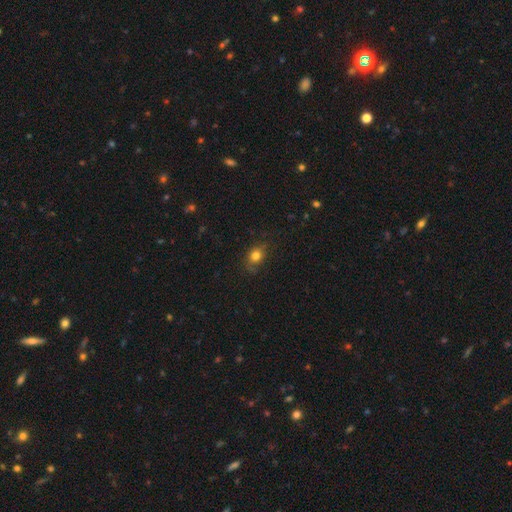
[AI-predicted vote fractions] A smooth galaxy with no disk features (79%) that is round (52%).

Vote fractions:
- Smooth or featured? smooth: 79% / star or artifact: 12% / featured or disk: 9%
- How rounded? round: 52% / in between: 46% / cigar-shaped: 2%
- Merging? none: 69% / minor disturbance: 22% / major disturbance: 8% / merger: 1%